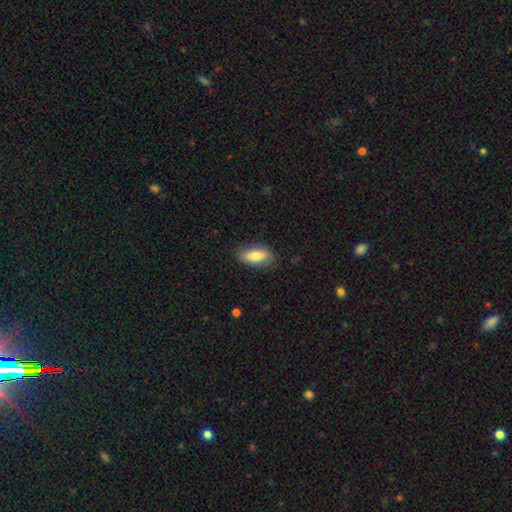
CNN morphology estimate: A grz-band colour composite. It shows a smooth galaxy with no disk features (77%) that is in between round and cigar-shaped (84%). Merging: none (80%).